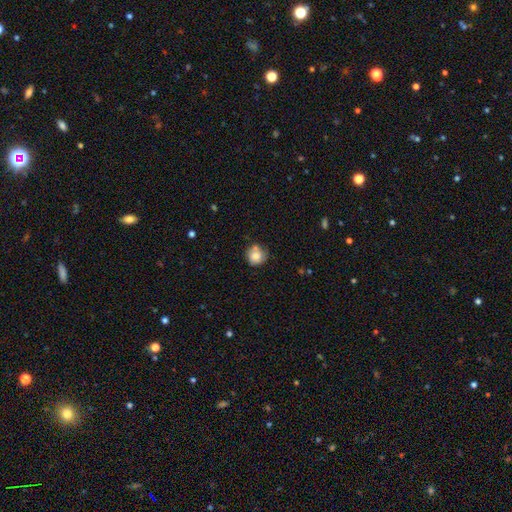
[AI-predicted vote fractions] A smooth galaxy with no disk features (78%) that is round (89%). Merging: none (65%).